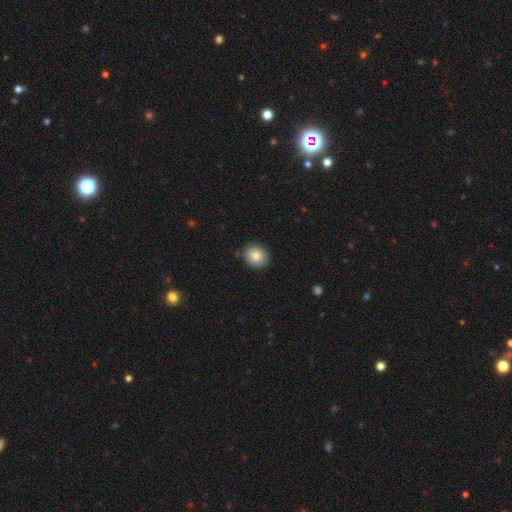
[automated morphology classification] smooth 84%, star or artifact 8%, featured or disk 7%. Down the decision tree: how rounded — round (73%); merging — none (86%).